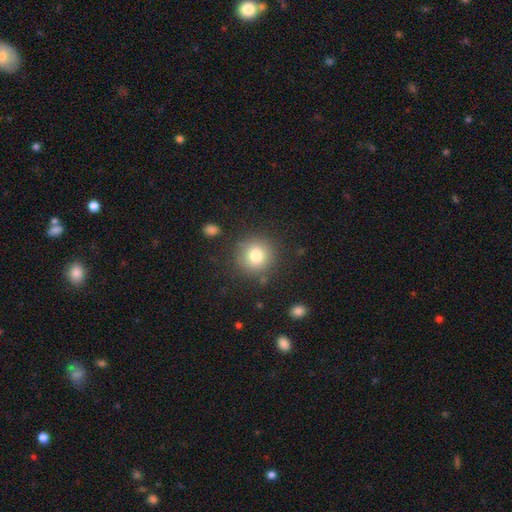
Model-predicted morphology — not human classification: The model was most divided on "smooth or featured": smooth: 79%, star or artifact: 11%, featured or disk: 9%. More confident: how rounded — round (93%); merging — none (85%).